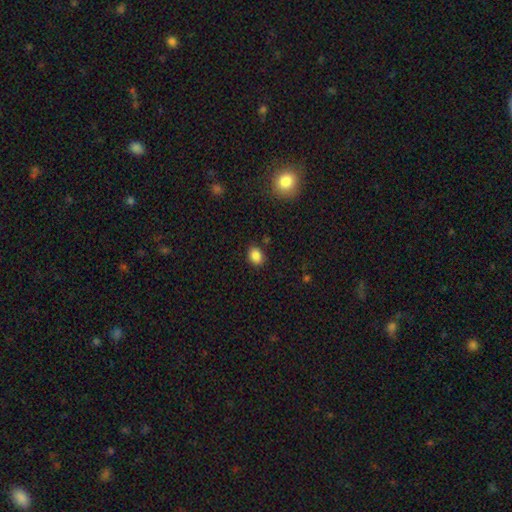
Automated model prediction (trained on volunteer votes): This appears to be a smooth galaxy with no disk features (86%) that is in between round and cigar-shaped (60%). Merging: none (86%).